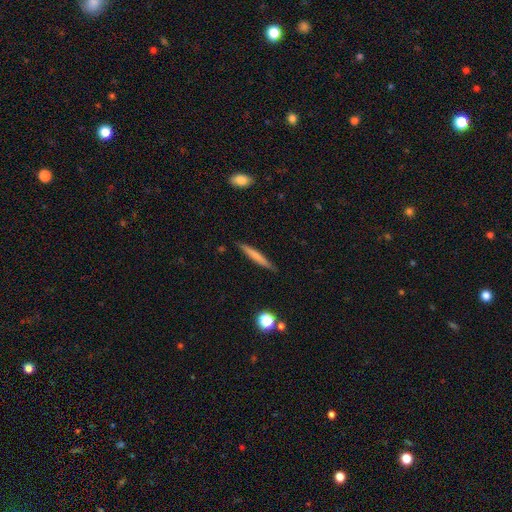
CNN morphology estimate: A smooth galaxy with no disk features (64%) that is cigar-shaped (95%). Merging: none (88%).